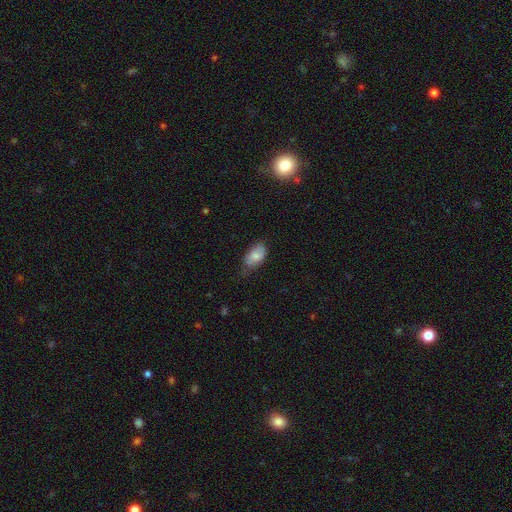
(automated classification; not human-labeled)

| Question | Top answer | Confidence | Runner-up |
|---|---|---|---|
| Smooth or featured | smooth | 77% | featured or disk (16%) |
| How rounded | in between | 92% | round (5%) |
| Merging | none | 53% | minor disturbance (36%) |